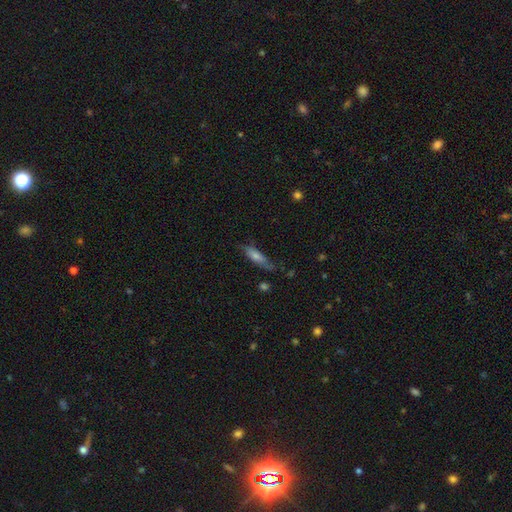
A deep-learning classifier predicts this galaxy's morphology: The model was most divided on "smooth or featured": smooth: 56%, featured or disk: 35%, star or artifact: 9%. More confident: merging — none (68%); how rounded — cigar-shaped (67%).